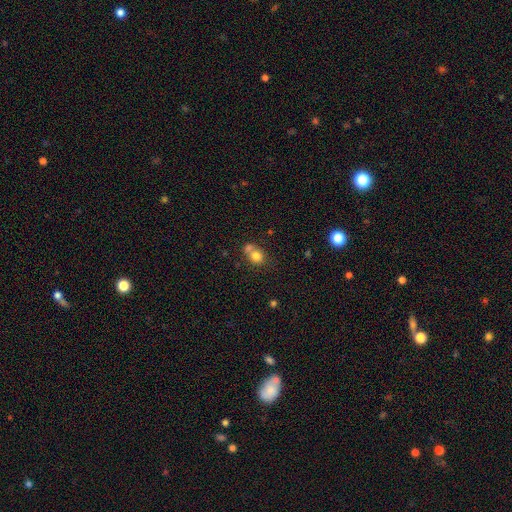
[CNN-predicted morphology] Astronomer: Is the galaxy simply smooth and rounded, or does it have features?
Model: smooth — 77%.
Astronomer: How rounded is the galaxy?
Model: round — 74%.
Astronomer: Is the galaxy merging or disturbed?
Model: merger — 47% (runner-up: none, 40%).